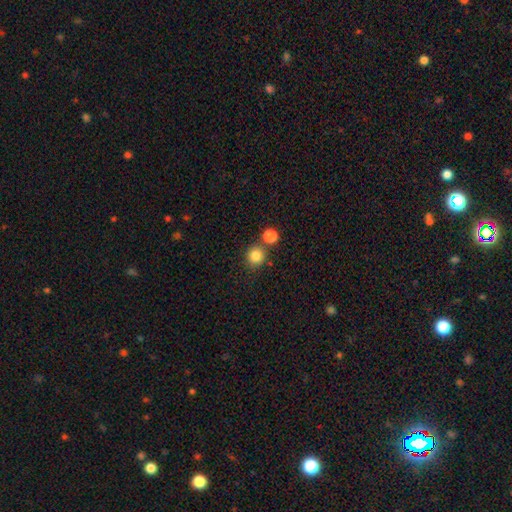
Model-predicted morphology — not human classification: smooth-or-featured: smooth: 83% | star or artifact: 12% | featured or disk: 6%
  how-rounded: round: 89% | in between: 10% | cigar-shaped: 1%
  merging: none: 75% | merger: 14% | minor disturbance: 8% | major disturbance: 3%